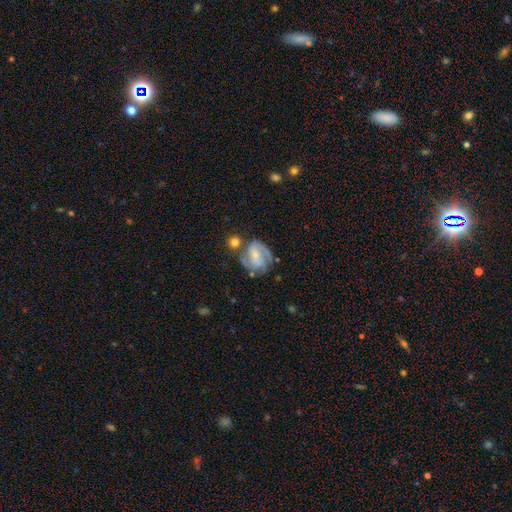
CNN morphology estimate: featured or disk 81%, smooth 13%, star or artifact 6%. Down the decision tree: edge-on disk — no (98%); bar — weak (47%); spiral arms — yes (94%); spiral arm count — 2 (55%); spiral winding — medium (46%); bulge size — small (59%); merging — none (57%).